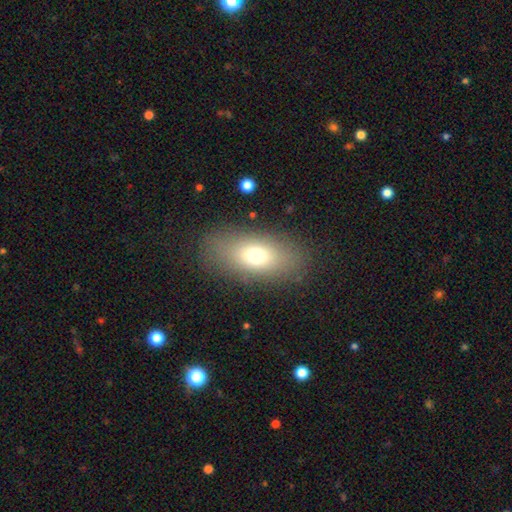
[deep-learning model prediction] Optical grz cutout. It shows a smooth galaxy with no disk features (69%) that is in between round and cigar-shaped (84%). Merging: none (83%).